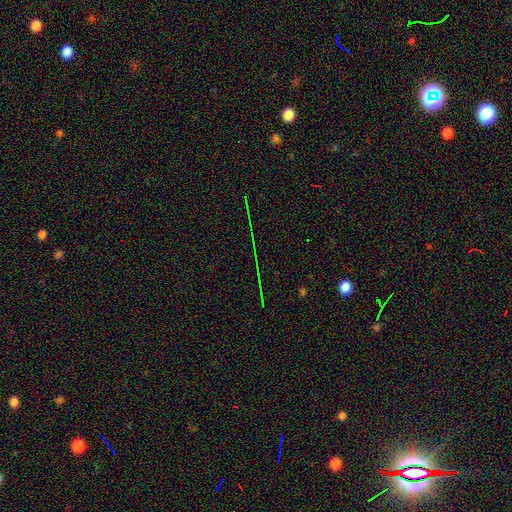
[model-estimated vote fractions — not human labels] Smooth or featured?
  - star or artifact: 77% *
  - smooth: 14%
  - featured or disk: 9%